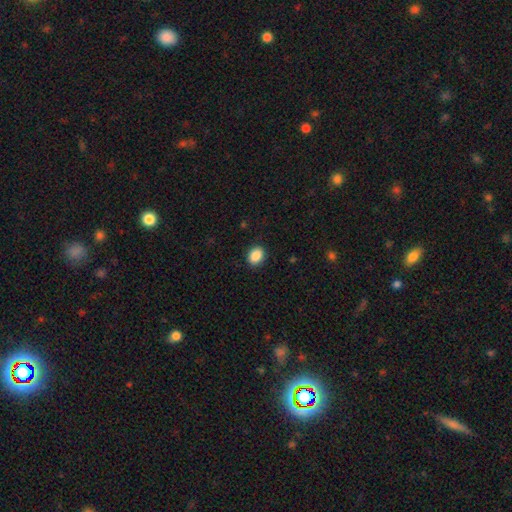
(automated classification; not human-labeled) Morphology: type=smooth (89%); roundness=in between (55%); merging=none (89%).